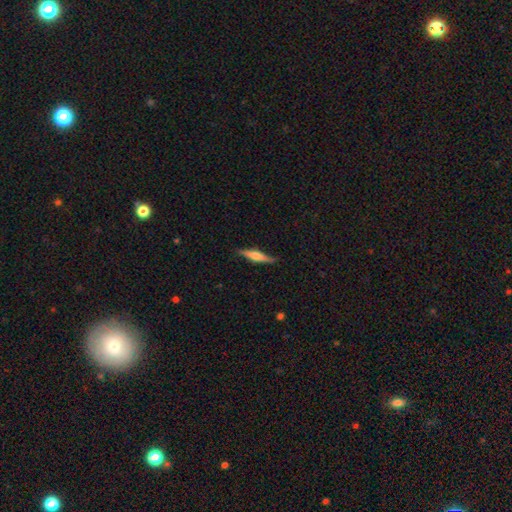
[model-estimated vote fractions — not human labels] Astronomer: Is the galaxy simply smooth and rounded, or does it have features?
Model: featured or disk — 59% (runner-up: smooth, 35%).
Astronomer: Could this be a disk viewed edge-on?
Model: yes — 96%.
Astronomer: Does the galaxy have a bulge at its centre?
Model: rounded — 80%.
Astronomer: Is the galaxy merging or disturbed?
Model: none — 83%.